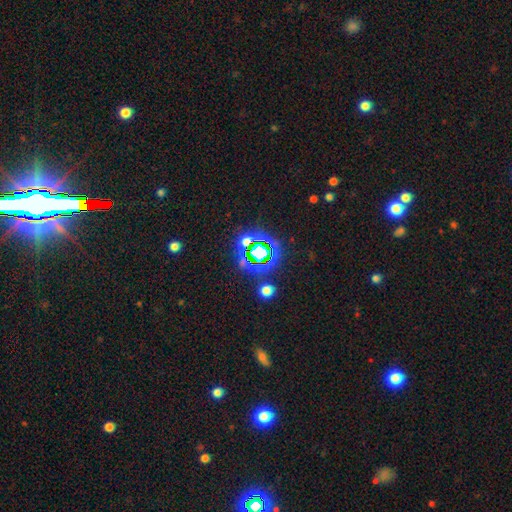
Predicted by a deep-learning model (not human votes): The model was most divided on "smooth or featured": star or artifact: 76%, smooth: 14%, featured or disk: 9%.